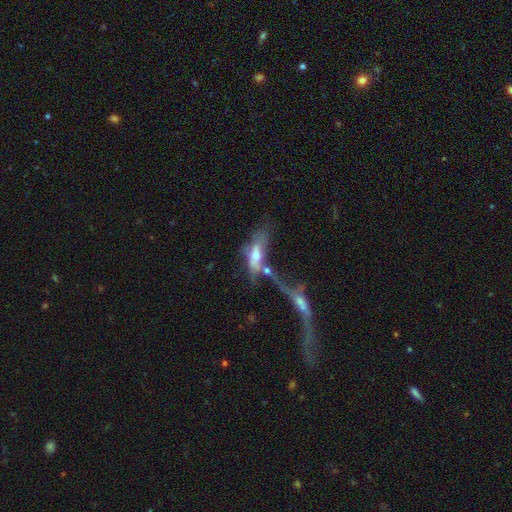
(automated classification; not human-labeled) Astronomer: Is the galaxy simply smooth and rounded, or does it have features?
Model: featured or disk — 48% (runner-up: smooth, 44%).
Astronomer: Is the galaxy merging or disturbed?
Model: merger — 46% (runner-up: major disturbance, 28%).